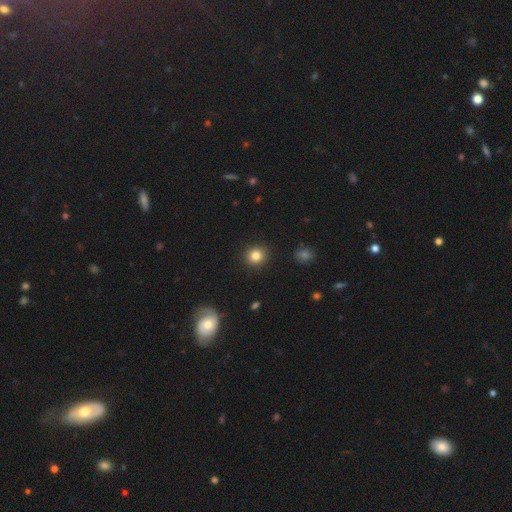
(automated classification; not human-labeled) This appears to be a smooth galaxy with no disk features (84%) that is round (90%). Merging: none (91%).